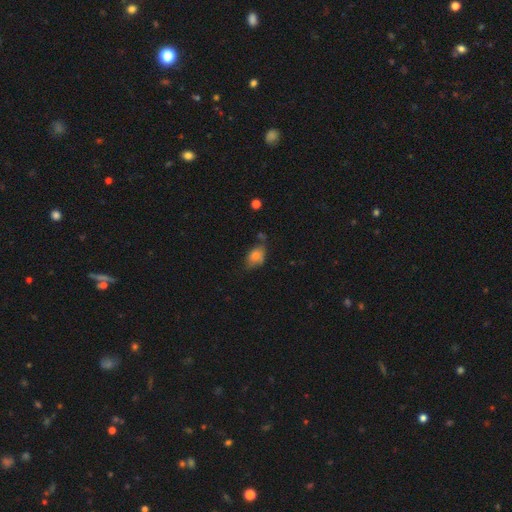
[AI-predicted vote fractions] Smooth or featured?
  - smooth: 73% *
  - featured or disk: 17%
  - star or artifact: 10%
How rounded?
  - in between: 77% *
  - round: 21%
  - cigar-shaped: 2%
Merging?
  - none: 47% *
  - minor disturbance: 37%
  - major disturbance: 10%
  - merger: 6%